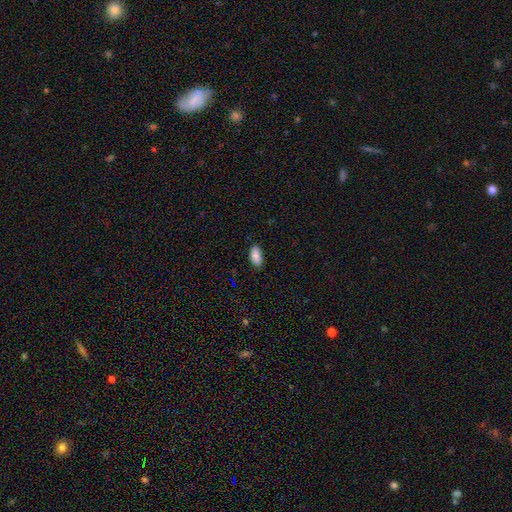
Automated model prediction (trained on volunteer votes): Smooth or featured: smooth — 89% (star or artifact — 7%)
How rounded: in between — 92% (cigar-shaped — 5%)
Merging: none — 87% (minor disturbance — 10%)